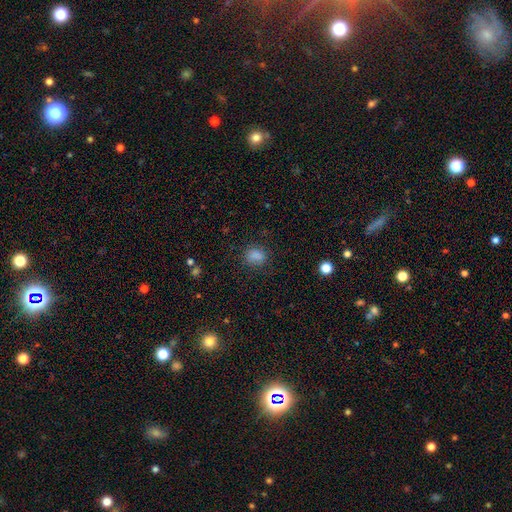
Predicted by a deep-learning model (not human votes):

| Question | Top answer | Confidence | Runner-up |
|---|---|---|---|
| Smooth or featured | smooth | 83% | star or artifact (12%) |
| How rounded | in between | 49% | tied: round (49%) |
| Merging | none | 80% | minor disturbance (14%) |